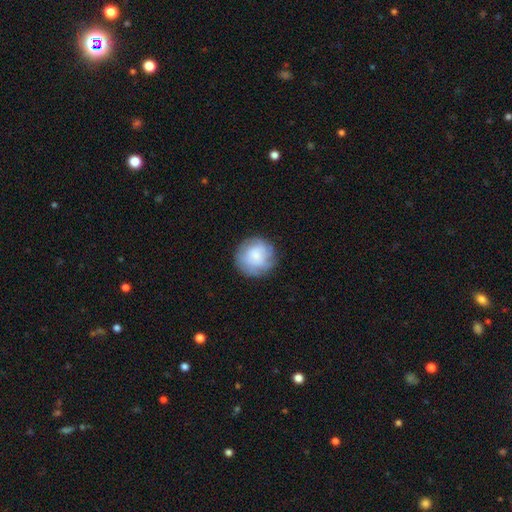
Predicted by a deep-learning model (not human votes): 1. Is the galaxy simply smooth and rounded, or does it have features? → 60% smooth, 32% featured or disk, 8% star or artifact.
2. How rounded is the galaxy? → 91% round, 8% in between, 1% cigar-shaped.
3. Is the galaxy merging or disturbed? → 76% none, 17% minor disturbance, 6% major disturbance, 1% merger.